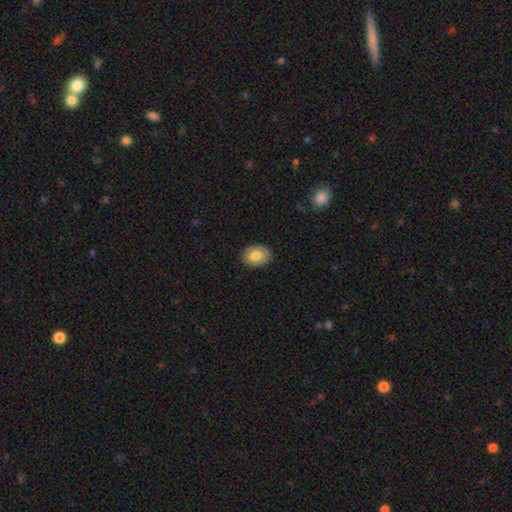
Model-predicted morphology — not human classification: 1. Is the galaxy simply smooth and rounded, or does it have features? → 78% smooth, 14% featured or disk, 7% star or artifact.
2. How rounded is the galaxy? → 63% in between, 36% round, 1% cigar-shaped.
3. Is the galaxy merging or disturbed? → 86% none, 11% minor disturbance, 2% major disturbance, 1% merger.